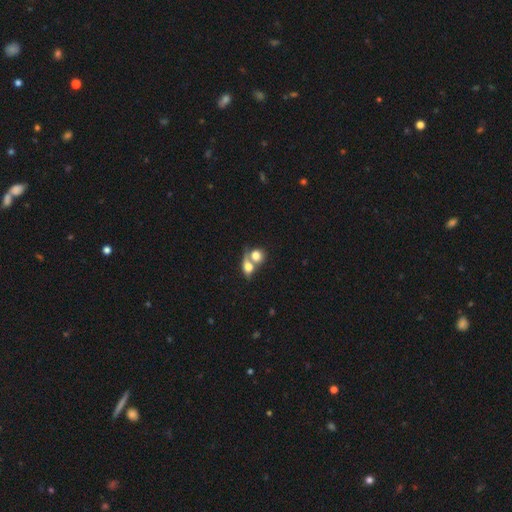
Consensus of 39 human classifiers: Q: Smooth or featured?
A: smooth (87%); runner-up: star or artifact (8%)
Q: How rounded?
A: round (79%); runner-up: in between (18%)
Q: Merging?
A: merger (72%); runner-up: minor disturbance (11%)